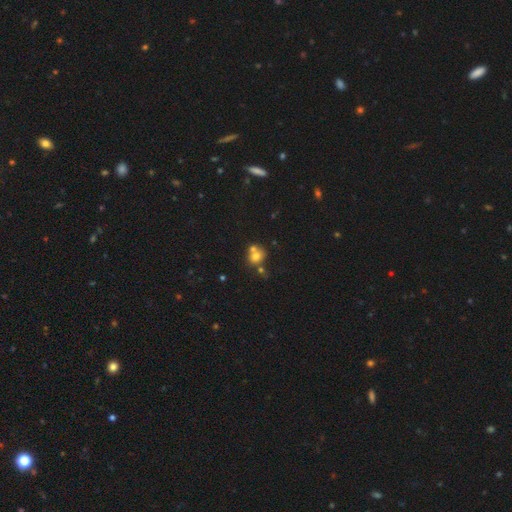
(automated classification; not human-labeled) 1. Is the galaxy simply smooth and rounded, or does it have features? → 70% smooth, 15% featured or disk, 15% star or artifact.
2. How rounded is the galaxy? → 75% round, 24% in between, 1% cigar-shaped.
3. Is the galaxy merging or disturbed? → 45% merger, 41% none, 9% minor disturbance, 4% major disturbance.